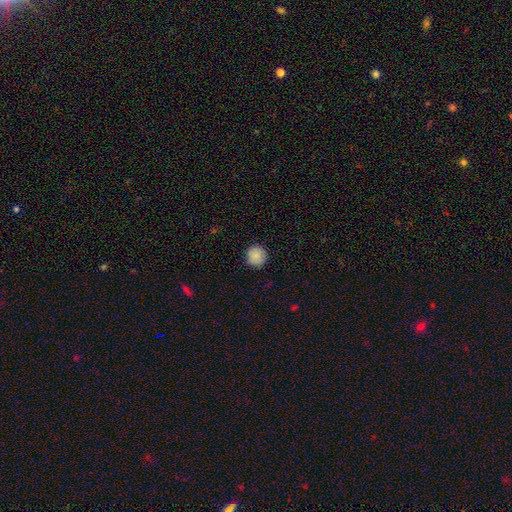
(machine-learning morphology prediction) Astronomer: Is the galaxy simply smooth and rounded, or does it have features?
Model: smooth — 87%.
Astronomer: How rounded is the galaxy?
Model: round — 93%.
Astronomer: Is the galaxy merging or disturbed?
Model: none — 90%.